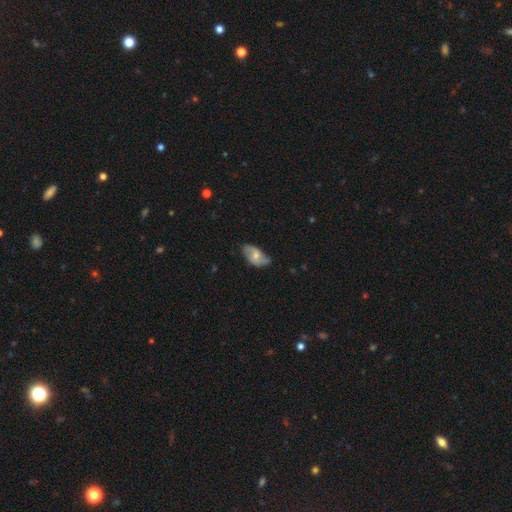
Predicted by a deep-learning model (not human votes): Smooth or featured? Predicted: featured or disk (p=0.49). Merging? Predicted: none (p=0.67).